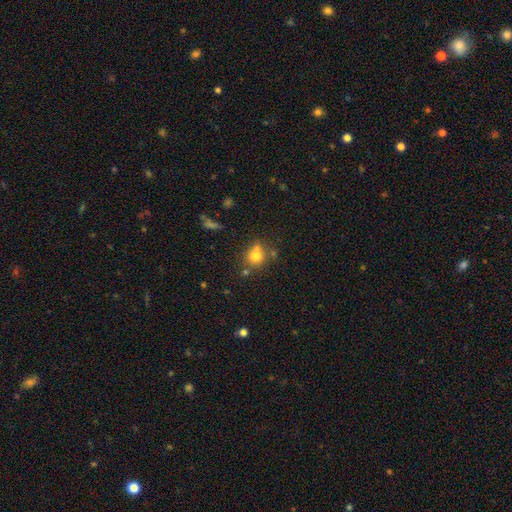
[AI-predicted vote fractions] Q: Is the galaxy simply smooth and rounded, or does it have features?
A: smooth — 75%.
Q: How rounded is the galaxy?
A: round — 79%.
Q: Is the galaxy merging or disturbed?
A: none — 60%.